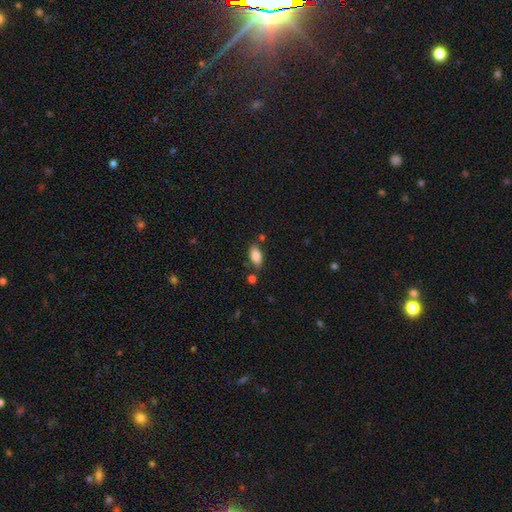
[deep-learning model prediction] The model was most divided on "merging": none: 74%, minor disturbance: 14%, merger: 8%, major disturbance: 3%. More confident: how rounded — in between (89%); smooth or featured — smooth (83%).